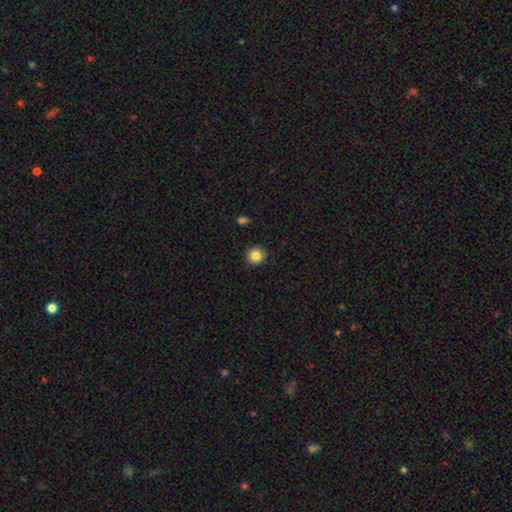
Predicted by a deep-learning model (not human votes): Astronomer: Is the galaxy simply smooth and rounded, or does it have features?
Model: smooth — 86%.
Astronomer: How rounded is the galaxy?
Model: round — 92%.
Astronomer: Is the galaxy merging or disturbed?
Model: none — 92%.